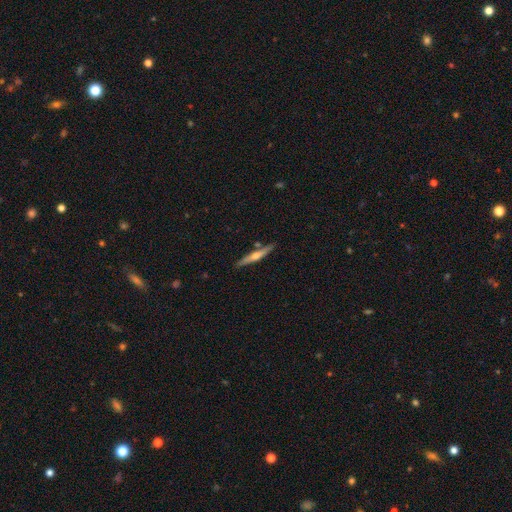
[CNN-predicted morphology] type=featured or disk (62%); edge-on=yes (96%); edge-on bulge=rounded (83%); merging=none (85%).